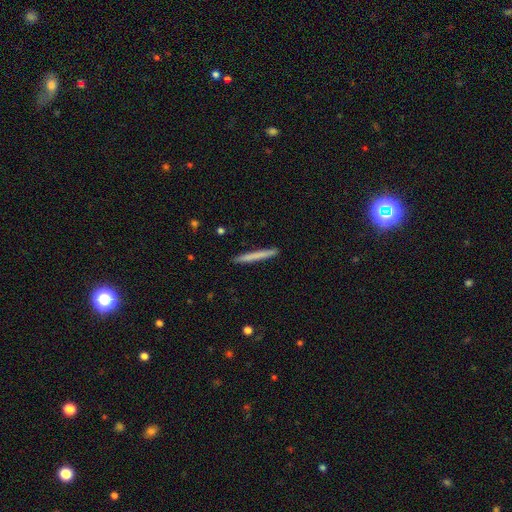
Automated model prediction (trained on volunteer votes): Smooth or featured? smooth (70%)
How rounded? cigar-shaped (97%)
Merging? none (92%)